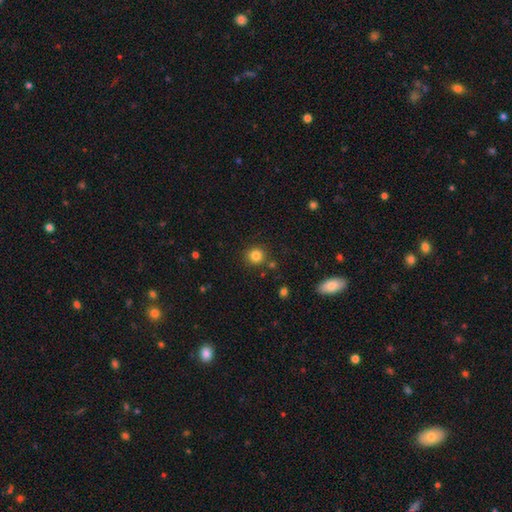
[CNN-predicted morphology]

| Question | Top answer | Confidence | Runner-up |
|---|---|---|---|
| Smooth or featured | smooth | 83% | star or artifact (12%) |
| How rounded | round | 91% | in between (8%) |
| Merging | none | 84% | minor disturbance (8%) |